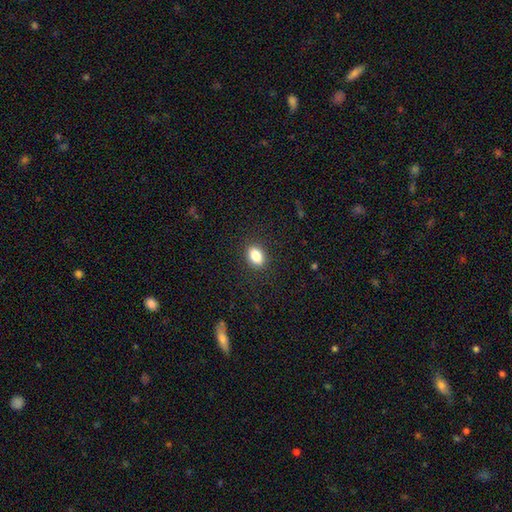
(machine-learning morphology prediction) The model was most divided on "how rounded": in between: 81%, round: 18%, cigar-shaped: 2%. More confident: merging — none (88%); smooth or featured — smooth (86%).